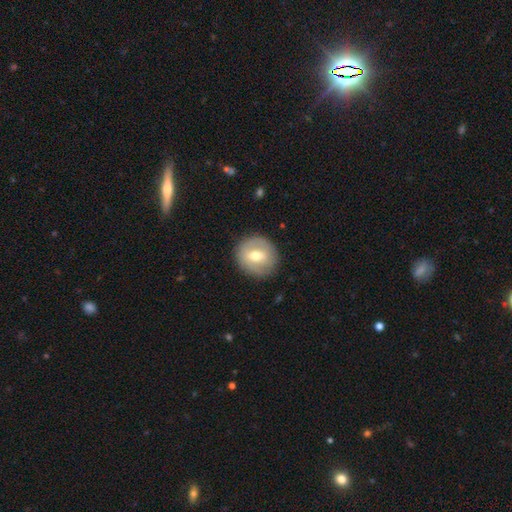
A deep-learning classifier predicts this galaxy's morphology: smooth 48%, featured or disk 45%, star or artifact 7%. Down the decision tree: merging — none (86%).